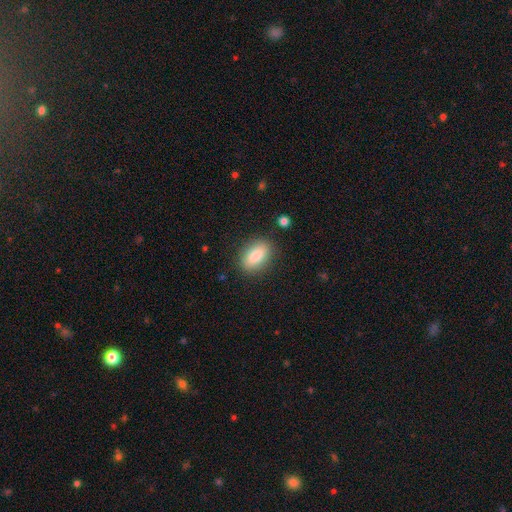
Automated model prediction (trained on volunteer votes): Overall: smooth (85%). How rounded: in between (88%). Merging: none (85%).